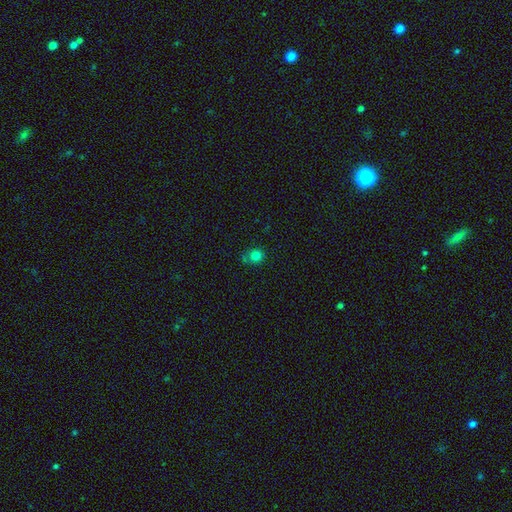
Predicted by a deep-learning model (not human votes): Smooth or featured? Predicted: smooth (p=0.80). How rounded? Predicted: round (p=0.82). Merging? Predicted: none (p=0.64).